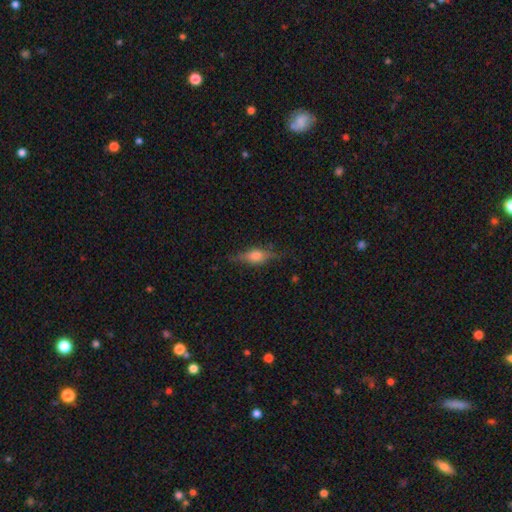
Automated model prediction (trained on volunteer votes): This is possibly a featured or disk galaxy (57%). It is clearly viewed edge-on (94%). Edge-on bulge: clearly rounded (86%). Merging: likely none (78%).